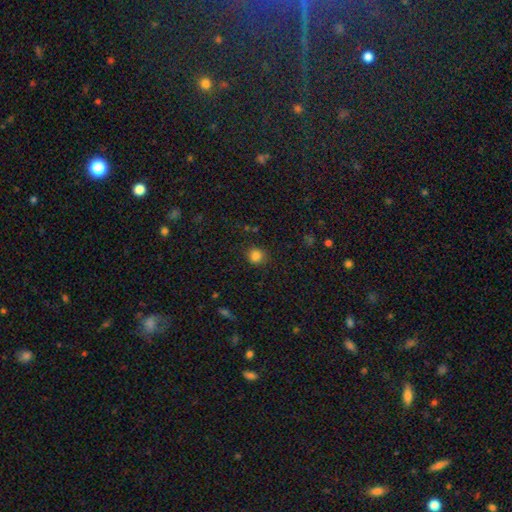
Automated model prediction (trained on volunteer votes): Smooth or featured?
  - smooth: 83% *
  - star or artifact: 13%
  - featured or disk: 4%
How rounded?
  - round: 86% *
  - in between: 13%
  - cigar-shaped: 1%
Merging?
  - none: 84% *
  - minor disturbance: 11%
  - major disturbance: 3%
  - merger: 2%